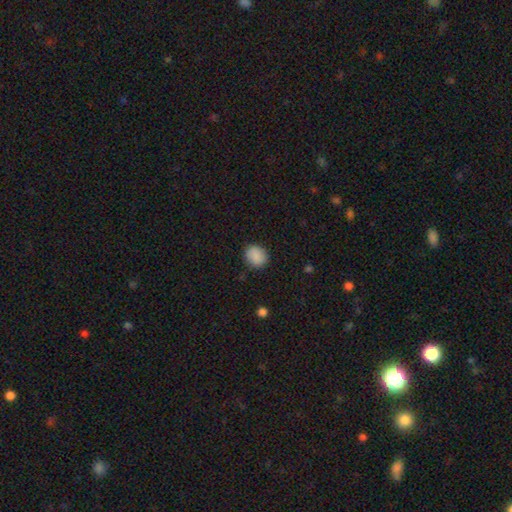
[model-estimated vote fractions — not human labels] Q: Smooth or featured?
A: smooth (88%); runner-up: star or artifact (8%)
Q: How rounded?
A: round (69%); runner-up: in between (30%)
Q: Merging?
A: none (86%); runner-up: minor disturbance (10%)